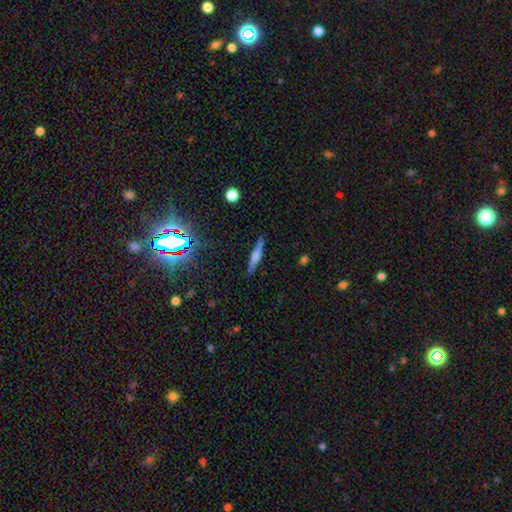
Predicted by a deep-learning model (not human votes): A smooth galaxy with no disk features (50%) that is cigar-shaped (89%). Merging: none (86%).